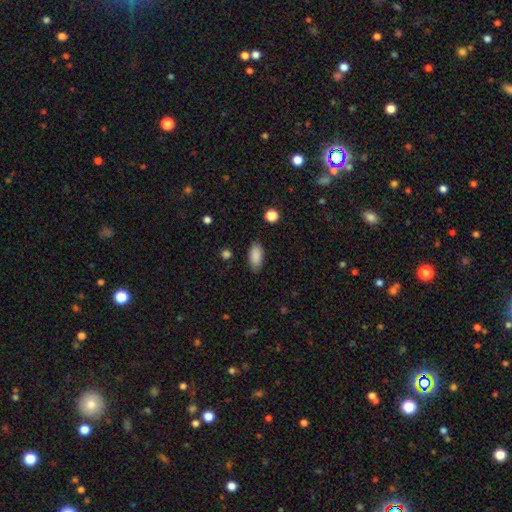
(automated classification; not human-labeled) smooth-or-featured: smooth: 88% | star or artifact: 7% | featured or disk: 5%
  how-rounded: in between: 89% | cigar-shaped: 9% | round: 3%
  merging: none: 84% | minor disturbance: 12% | major disturbance: 3% | merger: 1%